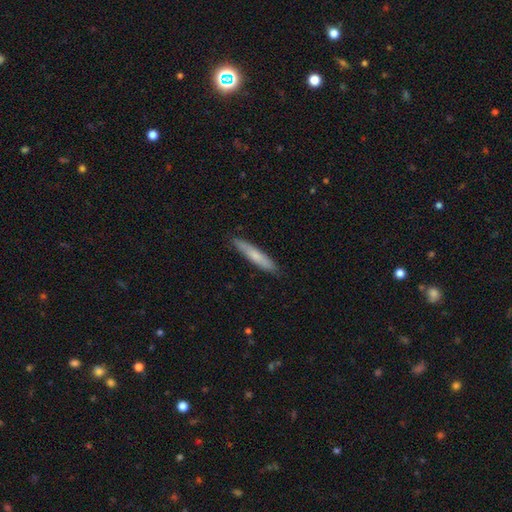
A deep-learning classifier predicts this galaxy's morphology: A smooth galaxy with no disk features (70%) that is cigar-shaped (92%).

Vote fractions:
- Smooth or featured? smooth: 70% / featured or disk: 25% / star or artifact: 5%
- How rounded? cigar-shaped: 92% / in between: 7% / round: 1%
- Merging? none: 89% / minor disturbance: 9% / major disturbance: 2% / merger: 1%